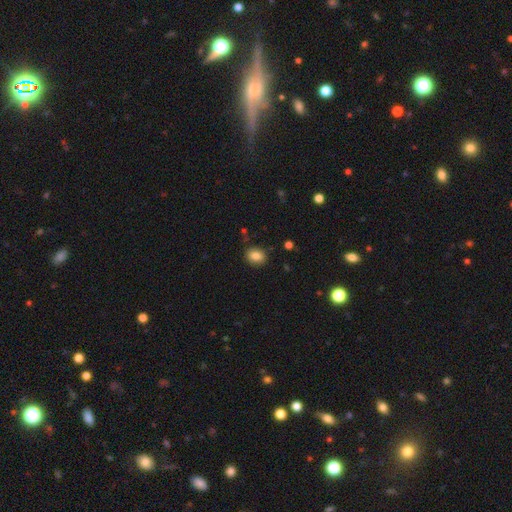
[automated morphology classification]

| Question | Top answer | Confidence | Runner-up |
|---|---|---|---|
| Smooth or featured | smooth | 84% | star or artifact (10%) |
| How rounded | in between | 52% | round (47%) |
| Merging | none | 85% | minor disturbance (11%) |